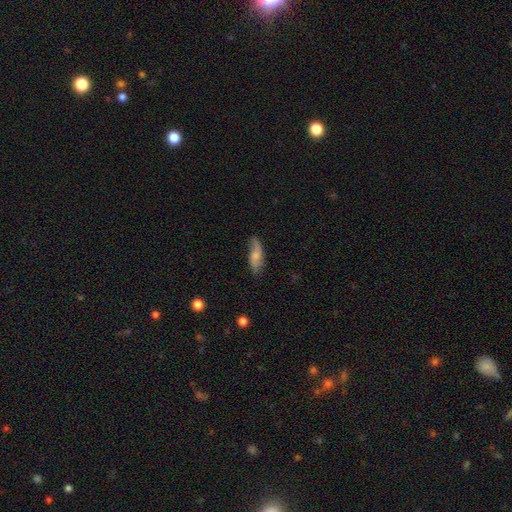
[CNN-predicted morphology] A smooth galaxy with no disk features (54%) that is in between round and cigar-shaped (60%). Merging: none (71%).